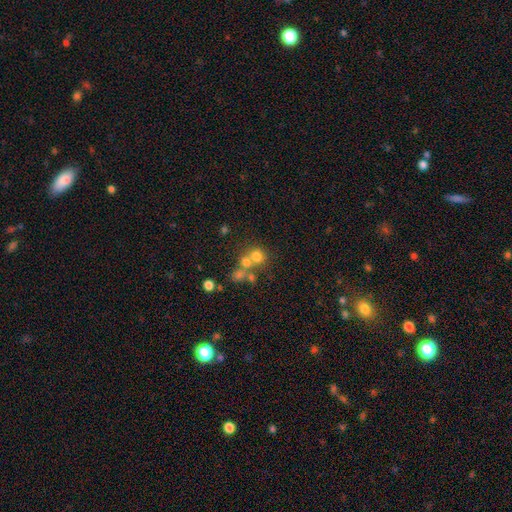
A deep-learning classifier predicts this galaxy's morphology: Smooth or featured? Predicted: smooth (p=0.66). How rounded? Predicted: round (p=0.81). Merging? Predicted: merger (p=0.44).